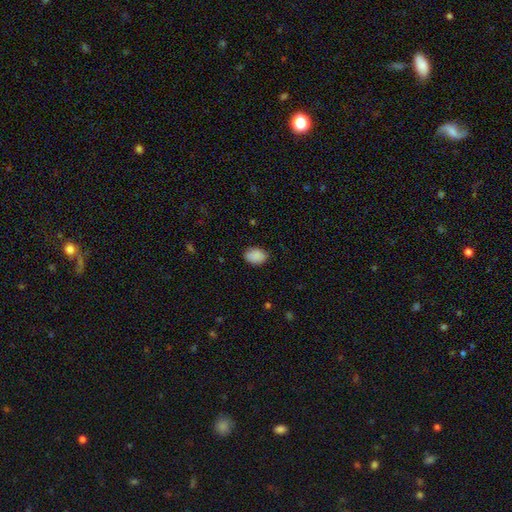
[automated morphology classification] The model was most divided on "how rounded": in between: 81%, round: 18%, cigar-shaped: 1%. More confident: smooth or featured — smooth (89%); merging — none (81%).